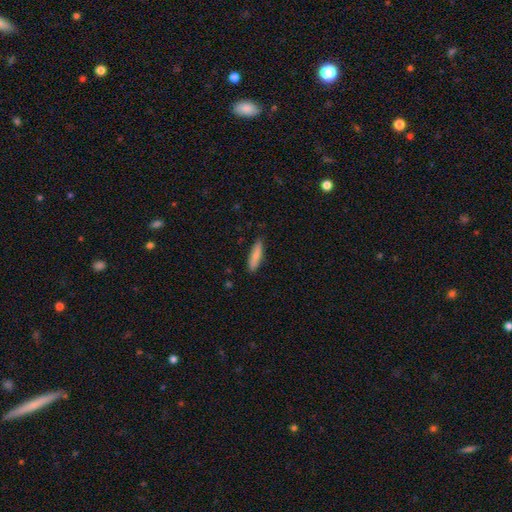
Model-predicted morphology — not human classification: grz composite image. It shows a smooth galaxy with no disk features (84%) that is cigar-shaped (80%). Merging: none (87%).